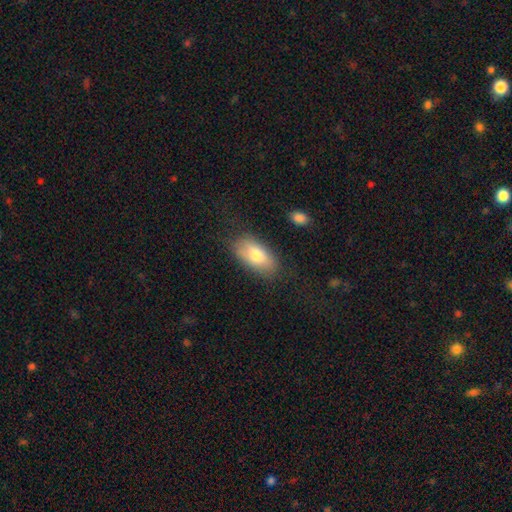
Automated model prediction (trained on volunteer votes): A smooth galaxy with no disk features (76%) that is in between round and cigar-shaped (91%).

Vote fractions:
- Smooth or featured? smooth: 76% / featured or disk: 17% / star or artifact: 7%
- How rounded? in between: 91% / cigar-shaped: 5% / round: 4%
- Merging? none: 76% / minor disturbance: 17% / major disturbance: 5% / merger: 2%